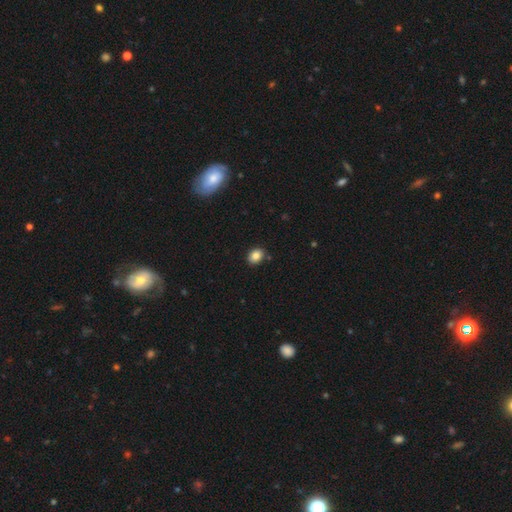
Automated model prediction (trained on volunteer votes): A smooth galaxy with no disk features (85%) that is in between round and cigar-shaped (53%).

Vote fractions:
- Smooth or featured? smooth: 85% / star or artifact: 10% / featured or disk: 6%
- How rounded? in between: 53% / round: 46% / cigar-shaped: 1%
- Merging? none: 87% / minor disturbance: 9% / merger: 2% / major disturbance: 2%